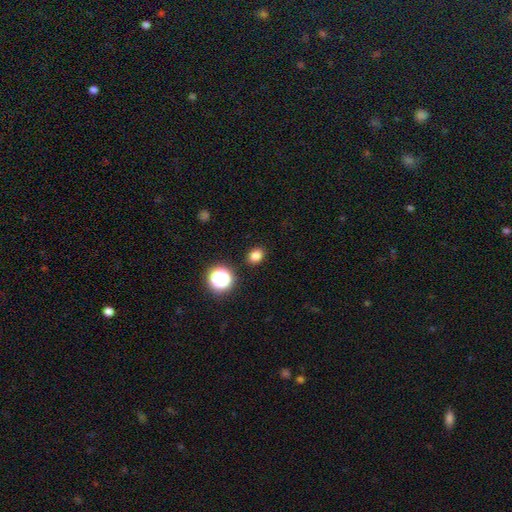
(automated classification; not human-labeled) This is clearly a smooth galaxy (80%). How rounded: possibly round (55%). Merging: clearly none (89%).